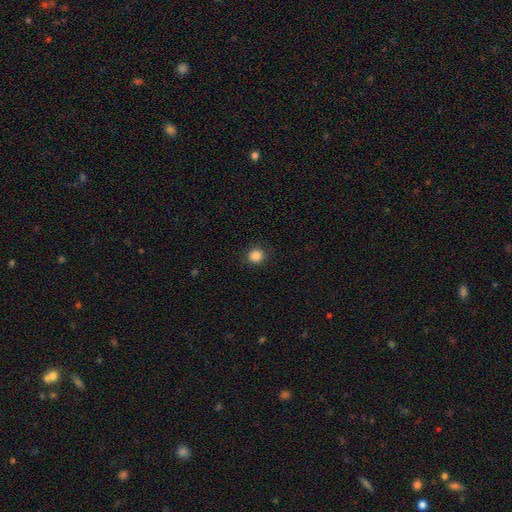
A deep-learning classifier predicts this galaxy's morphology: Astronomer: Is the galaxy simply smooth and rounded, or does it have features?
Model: smooth — 87%.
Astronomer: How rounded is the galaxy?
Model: round — 91%.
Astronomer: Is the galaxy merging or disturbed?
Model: none — 91%.